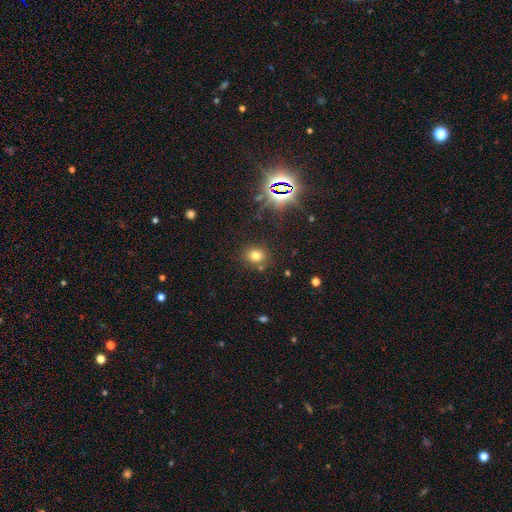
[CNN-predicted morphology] Smooth or featured: smooth — 71% (star or artifact — 20%)
How rounded: round — 63% (in between — 36%)
Merging: none — 78% (minor disturbance — 11%)